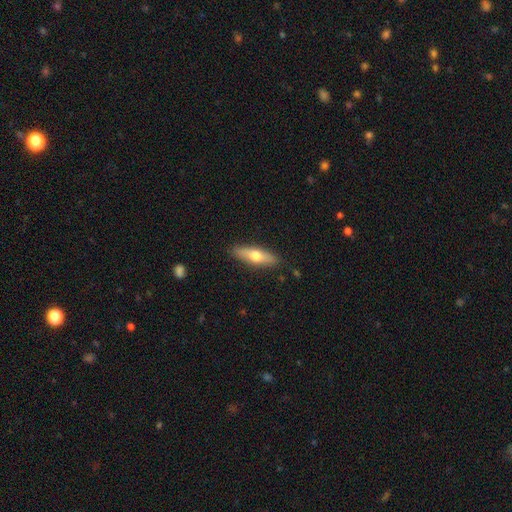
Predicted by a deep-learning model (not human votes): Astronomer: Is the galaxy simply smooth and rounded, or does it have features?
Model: smooth — 59% (runner-up: featured or disk, 36%).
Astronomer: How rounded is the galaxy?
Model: cigar-shaped — 54% (runner-up: in between, 43%).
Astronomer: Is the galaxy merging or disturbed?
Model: none — 87%.